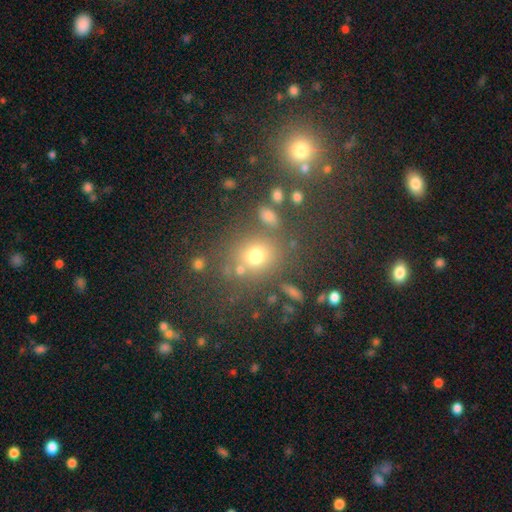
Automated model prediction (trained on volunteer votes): Smooth or featured?
  - smooth: 70% *
  - star or artifact: 19%
  - featured or disk: 10%
How rounded?
  - round: 73% *
  - in between: 25%
  - cigar-shaped: 2%
Merging?
  - none: 69% *
  - merger: 13%
  - minor disturbance: 12%
  - major disturbance: 6%